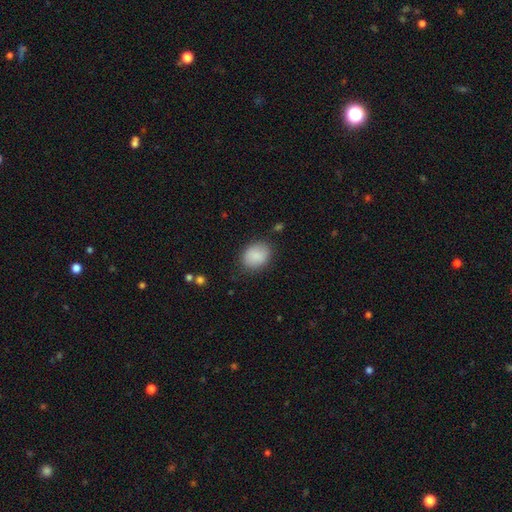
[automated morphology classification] Smooth or featured: smooth — 88% (star or artifact — 7%)
How rounded: in between — 59% (round — 40%)
Merging: none — 82% (minor disturbance — 13%)